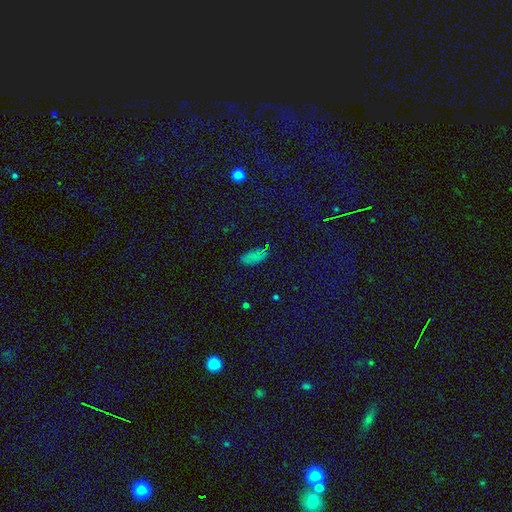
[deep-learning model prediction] This is possibly a smooth galaxy (55%). How rounded: clearly in between (84%). Merging: likely none (74%).